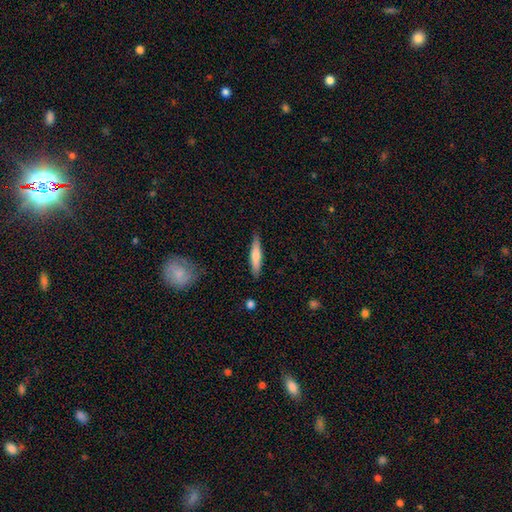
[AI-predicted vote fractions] Smooth or featured: smooth — 64% (featured or disk — 30%)
How rounded: cigar-shaped — 85% (in between — 14%)
Merging: none — 86% (minor disturbance — 10%)